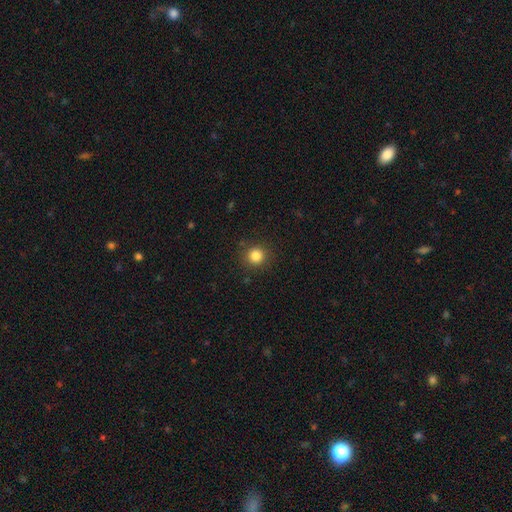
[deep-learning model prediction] smooth_or_featured: smooth (p=0.83) [alt: star or artifact p=0.12]
how_rounded: round (p=0.92) [alt: in between p=0.07]
merging: none (p=0.89) [alt: minor disturbance p=0.07]